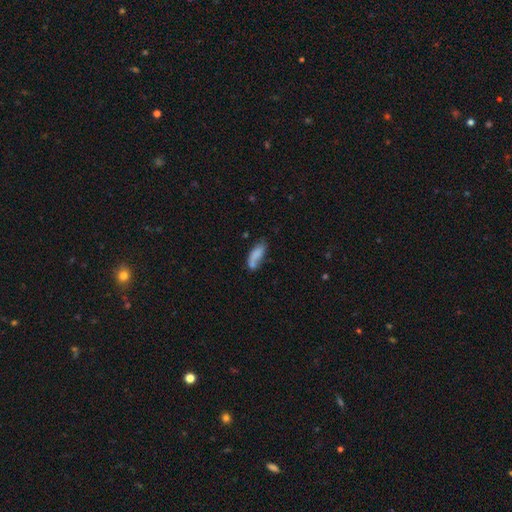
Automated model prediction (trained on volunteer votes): This appears to be a smooth galaxy with no disk features (74%) that is in between round and cigar-shaped (67%). Merging: none (43%).